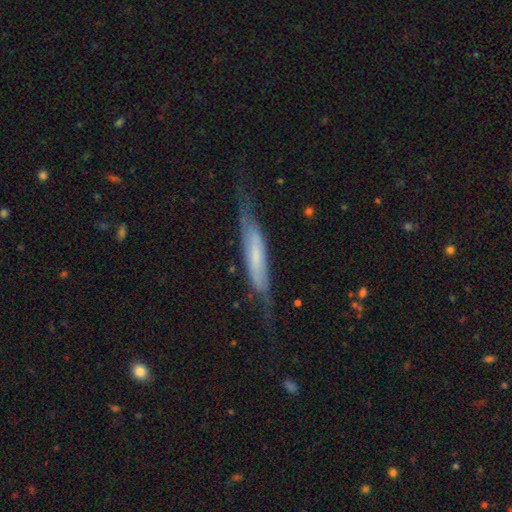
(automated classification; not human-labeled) featured or disk 60%, smooth 33%, star or artifact 7%. Down the decision tree: edge-on disk — yes (62%); merging — none (60%).